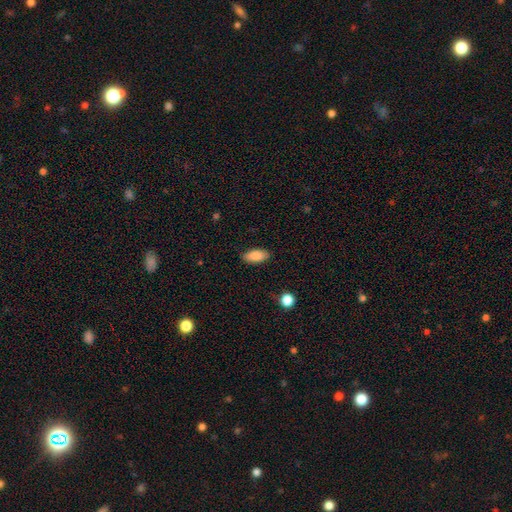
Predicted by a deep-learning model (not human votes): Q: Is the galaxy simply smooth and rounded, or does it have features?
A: smooth — 86%.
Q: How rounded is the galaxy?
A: in between — 90%.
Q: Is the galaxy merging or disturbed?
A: none — 86%.